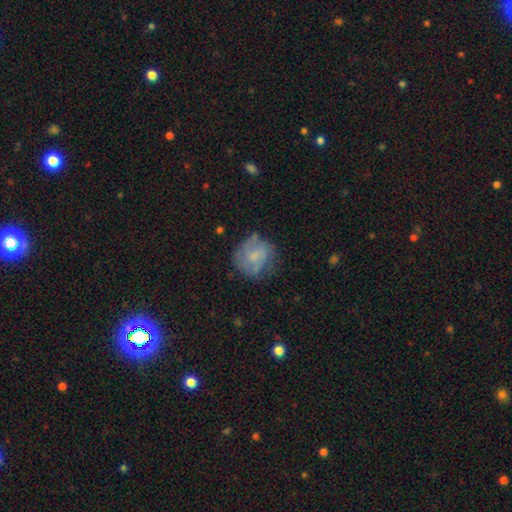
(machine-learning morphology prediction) type=smooth (54%); roundness=round (80%); merging=none (60%).